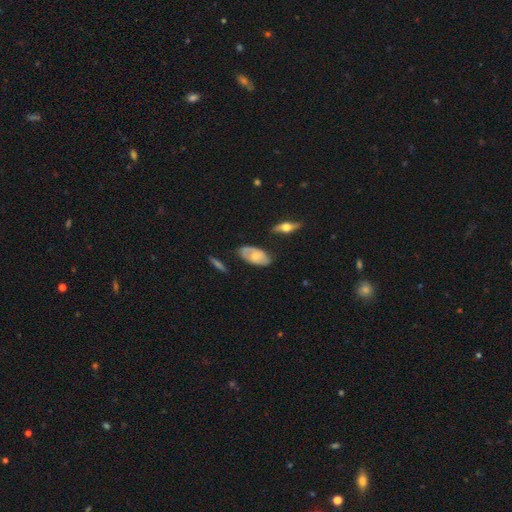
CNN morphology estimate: Smooth or featured? smooth (50%)
How rounded? in between (91%)
Merging? none (66%)